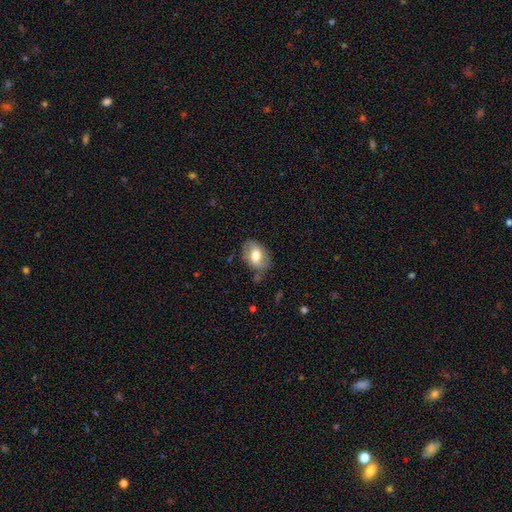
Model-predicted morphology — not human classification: The model was most divided on "smooth or featured": smooth: 67%, featured or disk: 26%, star or artifact: 7%. More confident: how rounded — in between (83%); merging — none (68%).